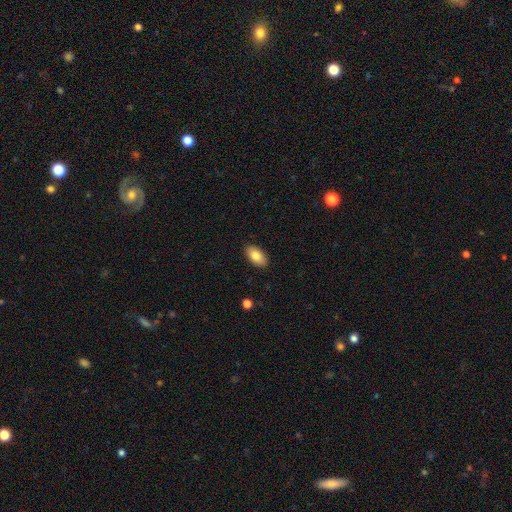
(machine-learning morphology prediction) type=smooth (82%); roundness=in between (94%); merging=none (89%).